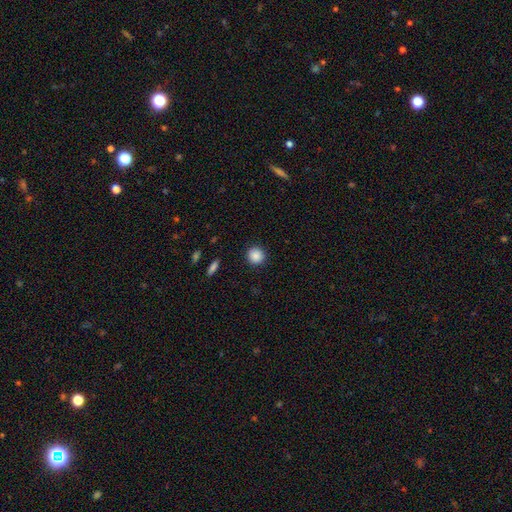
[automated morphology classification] Smooth or featured?
  - smooth: 89% *
  - star or artifact: 8%
  - featured or disk: 3%
How rounded?
  - round: 93% *
  - in between: 6%
  - cigar-shaped: 1%
Merging?
  - none: 92% *
  - minor disturbance: 5%
  - major disturbance: 2%
  - merger: 1%